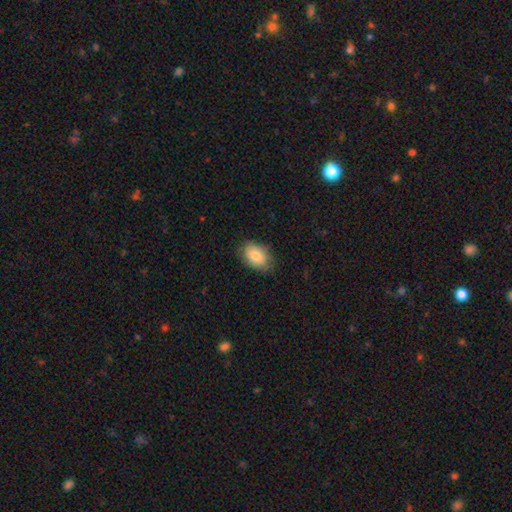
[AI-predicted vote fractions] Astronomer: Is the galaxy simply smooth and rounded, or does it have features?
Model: smooth — 82%.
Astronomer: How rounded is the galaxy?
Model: in between — 86%.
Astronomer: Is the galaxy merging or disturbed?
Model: none — 78%.